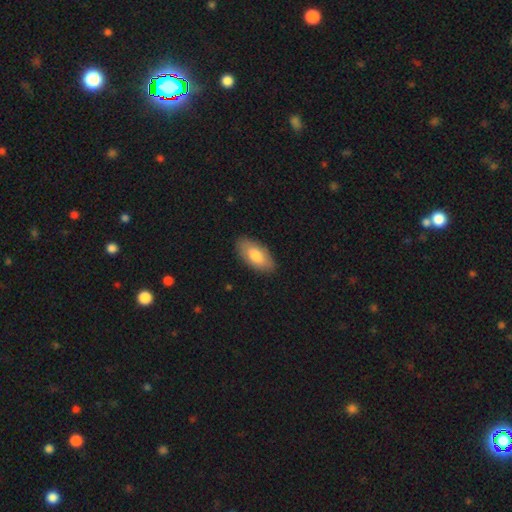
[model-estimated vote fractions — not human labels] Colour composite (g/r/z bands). It shows a smooth galaxy with no disk features (78%) that is in between round and cigar-shaped (92%). Merging: none (85%).